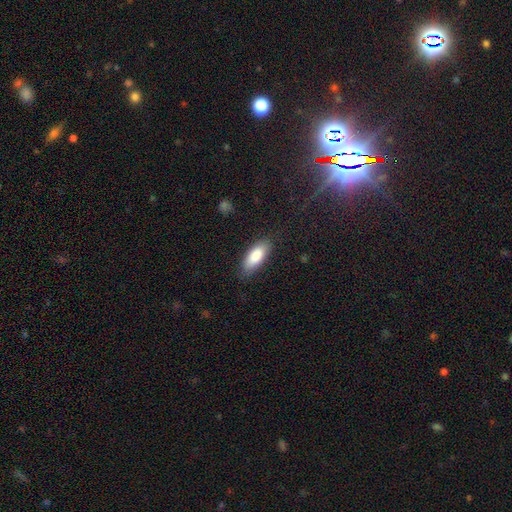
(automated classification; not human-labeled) Smooth or featured? Predicted: smooth (p=0.85). How rounded? Predicted: in between (p=0.78). Merging? Predicted: none (p=0.84).